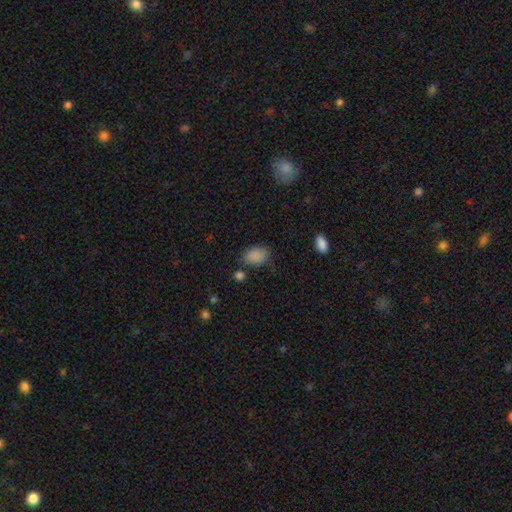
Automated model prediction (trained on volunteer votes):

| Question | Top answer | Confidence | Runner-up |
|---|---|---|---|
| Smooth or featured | smooth | 87% | star or artifact (9%) |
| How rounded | in between | 85% | round (14%) |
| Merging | none | 73% | minor disturbance (17%) |